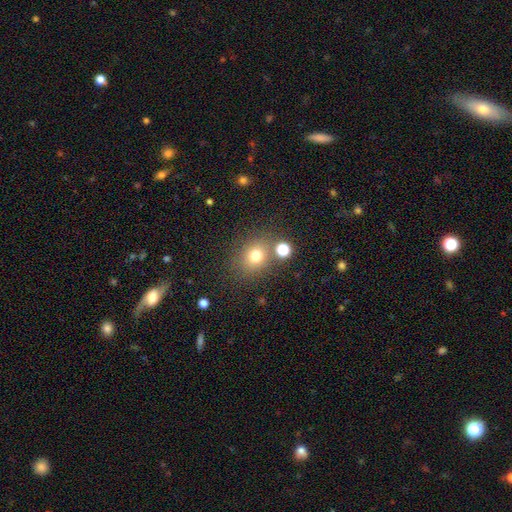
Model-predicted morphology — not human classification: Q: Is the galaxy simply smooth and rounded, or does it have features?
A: smooth — 73%.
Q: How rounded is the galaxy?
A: round — 74%.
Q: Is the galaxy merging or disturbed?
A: none — 74%.